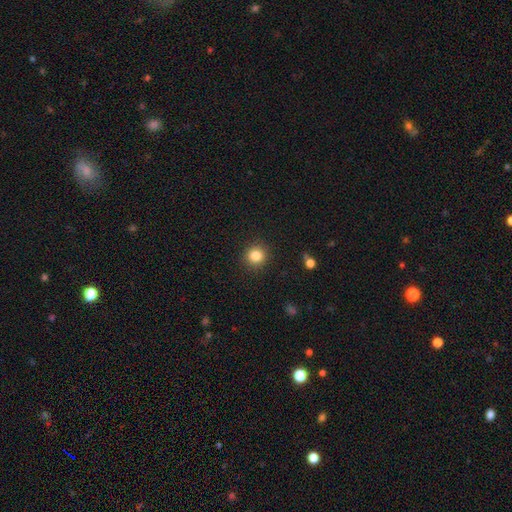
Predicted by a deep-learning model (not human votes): This is clearly a smooth galaxy (84%). How rounded: clearly round (92%). Merging: clearly none (91%).